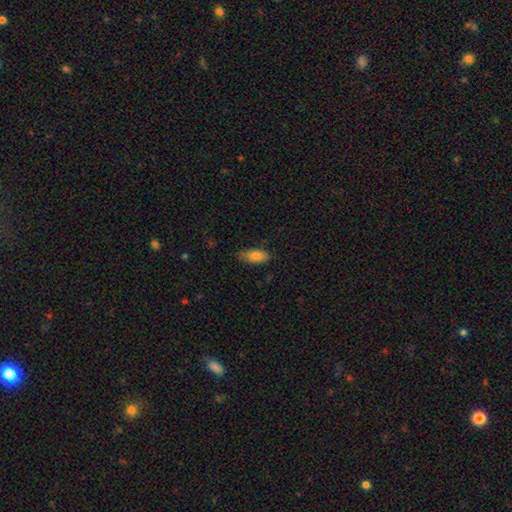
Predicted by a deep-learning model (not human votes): Smooth or featured: smooth — 82% (featured or disk — 11%)
How rounded: in between — 86% (cigar-shaped — 12%)
Merging: none — 74% (minor disturbance — 22%)